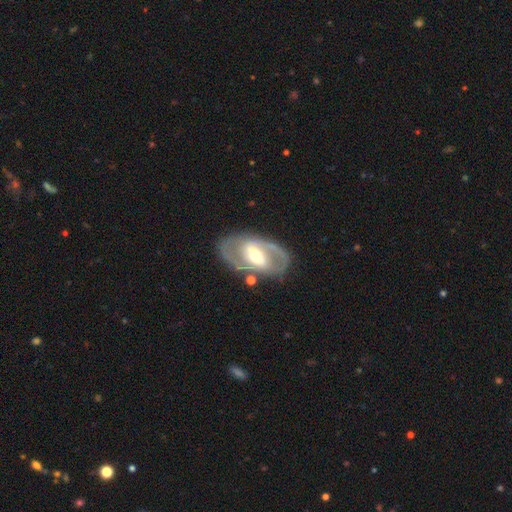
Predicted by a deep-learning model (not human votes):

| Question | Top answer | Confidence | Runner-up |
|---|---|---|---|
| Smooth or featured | featured or disk | 81% | smooth (14%) |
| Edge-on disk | no | 94% | yes (6%) |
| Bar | strong | 38% | tied: weak (38%) |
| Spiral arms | yes | 77% | no (23%) |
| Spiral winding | medium | 49% | tight (33%) |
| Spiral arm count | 2 | 83% | can't tell (10%) |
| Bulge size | moderate | 64% | small (25%) |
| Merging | none | 78% | minor disturbance (13%) |